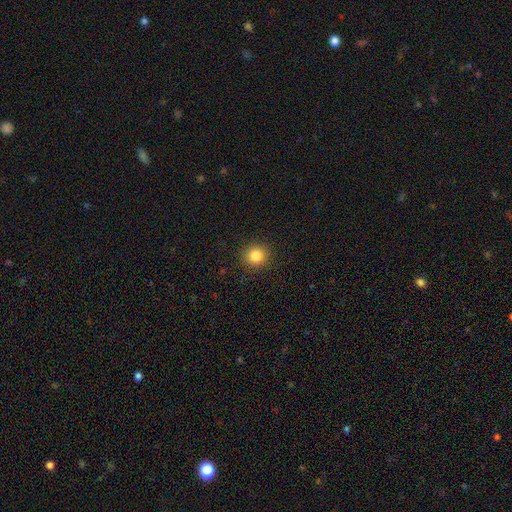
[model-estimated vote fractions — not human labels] Morphology: type=smooth (83%); roundness=round (92%); merging=none (91%).